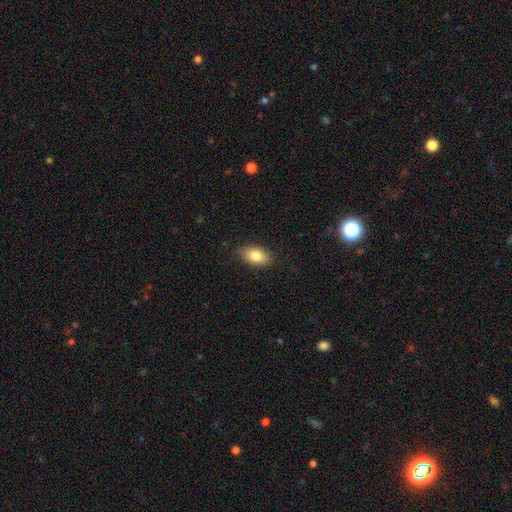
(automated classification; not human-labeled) Smooth or featured? smooth (82%)
How rounded? in between (91%)
Merging? none (85%)